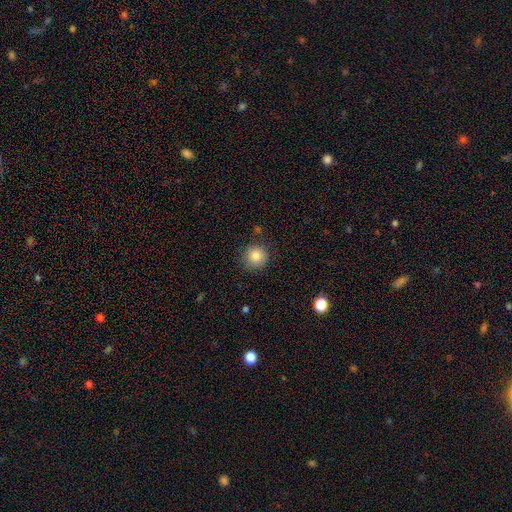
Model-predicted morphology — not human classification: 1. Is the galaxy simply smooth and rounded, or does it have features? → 84% smooth, 10% star or artifact, 6% featured or disk.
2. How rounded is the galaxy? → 94% round, 5% in between, 1% cigar-shaped.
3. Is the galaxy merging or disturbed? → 85% none, 10% minor disturbance, 3% major disturbance, 2% merger.